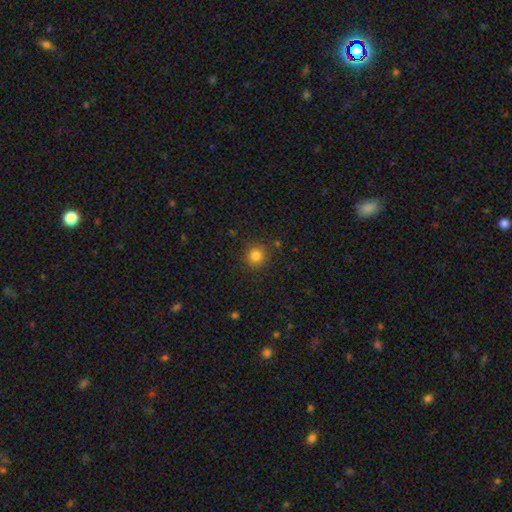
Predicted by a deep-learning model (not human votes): smooth-or-featured: smooth: 82% | star or artifact: 13% | featured or disk: 5%
  how-rounded: round: 92% | in between: 7% | cigar-shaped: 1%
  merging: none: 87% | minor disturbance: 8% | major disturbance: 3% | merger: 2%